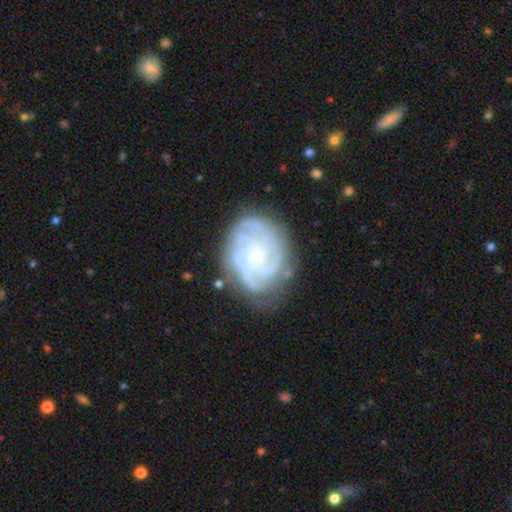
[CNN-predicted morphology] smooth-or-featured: featured or disk: 84% | smooth: 10% | star or artifact: 6%
  disk-edge-on: no: 98% | yes: 2%
    bar: no: 72% | weak: 23% | strong: 4%
    has-spiral-arms: yes: 95% | no: 5%
      spiral-winding: tight: 71% | medium: 25% | loose: 5%
      spiral-arm-count: can't tell: 30% | 3: 26% | 2: 18% | 4: 15% | more than 4: 6% | 1: 6%
    bulge-size: small: 62% | moderate: 33% | none: 2% | large: 1% | dominant: 1%
  merging: none: 70% | minor disturbance: 21% | major disturbance: 7% | merger: 2%